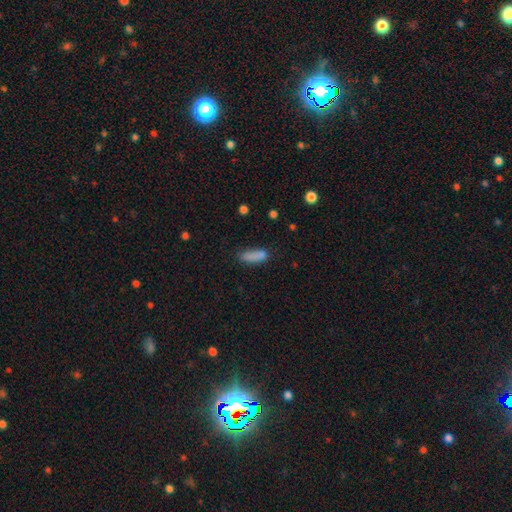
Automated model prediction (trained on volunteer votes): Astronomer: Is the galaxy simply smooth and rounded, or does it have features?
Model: smooth — 82%.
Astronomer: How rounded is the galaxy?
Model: in between — 60% (runner-up: cigar-shaped, 37%).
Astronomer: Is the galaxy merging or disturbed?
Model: none — 60%.